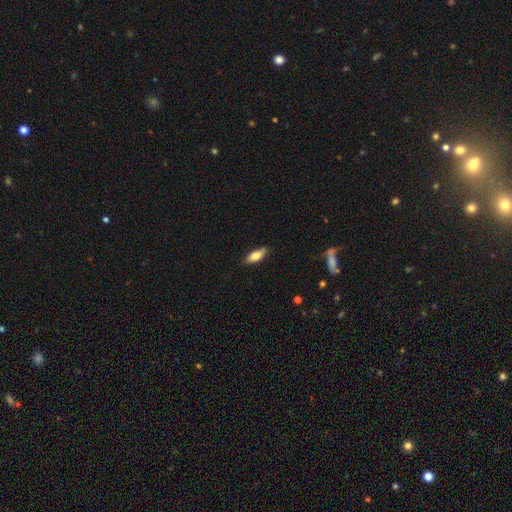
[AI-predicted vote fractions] Smooth or featured? Predicted: smooth (p=0.75). How rounded? Predicted: in between (p=0.75). Merging? Predicted: none (p=0.81).